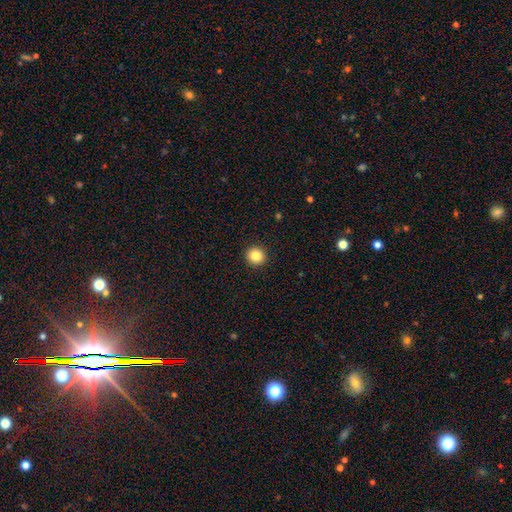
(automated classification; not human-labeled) Overall: smooth (85%). How rounded: round (92%). Merging: none (93%).